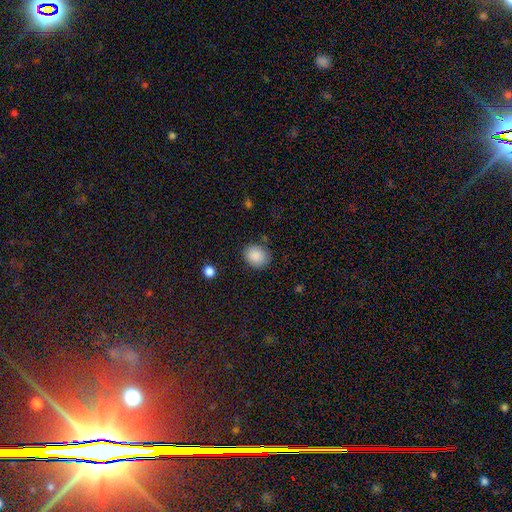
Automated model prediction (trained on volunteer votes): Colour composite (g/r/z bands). It shows a smooth galaxy with no disk features (88%) that is round (59%). Merging: none (84%).